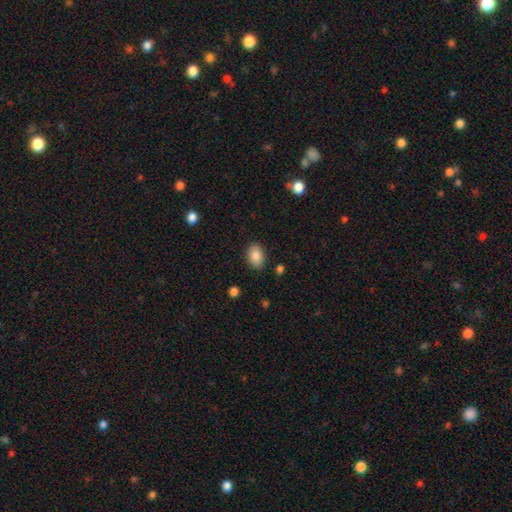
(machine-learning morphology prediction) Smooth or featured?
  - smooth: 87% *
  - star or artifact: 8%
  - featured or disk: 5%
How rounded?
  - in between: 85% *
  - round: 13%
  - cigar-shaped: 1%
Merging?
  - none: 86% *
  - minor disturbance: 10%
  - major disturbance: 3%
  - merger: 1%